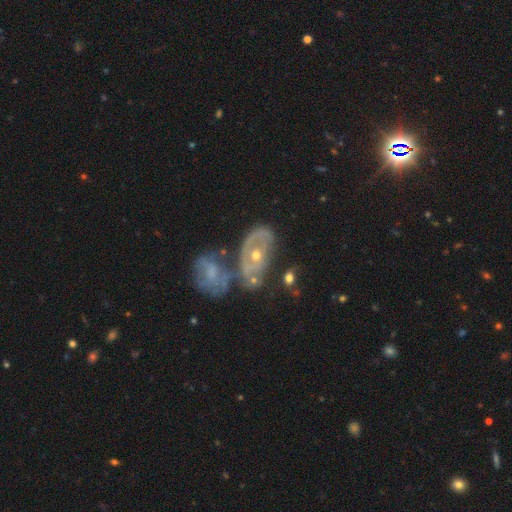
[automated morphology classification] featured or disk 70%, smooth 23%, star or artifact 7%. Down the decision tree: edge-on disk — no (93%); bar — no (78%); spiral arms — no (53%); bulge size — moderate (61%); merging — none (35%).